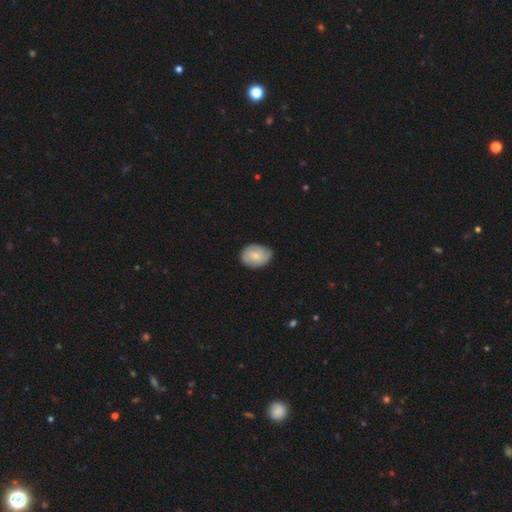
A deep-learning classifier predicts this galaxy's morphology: Q: Smooth or featured?
A: smooth (60%); runner-up: featured or disk (34%)
Q: How rounded?
A: in between (65%); runner-up: round (34%)
Q: Merging?
A: none (76%); runner-up: minor disturbance (20%)